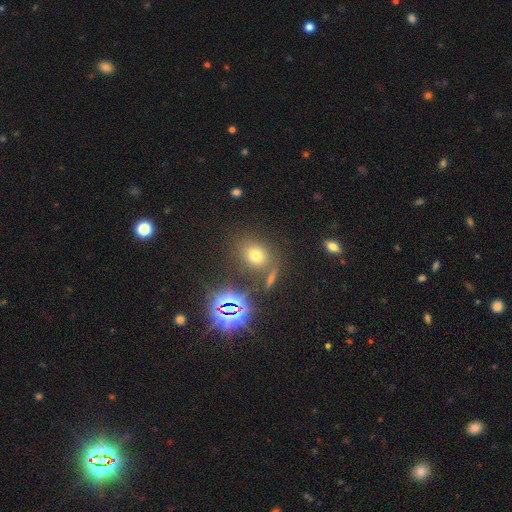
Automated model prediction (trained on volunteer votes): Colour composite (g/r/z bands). It shows a smooth galaxy with no disk features (61%) that is round (59%). Merging: none (73%).